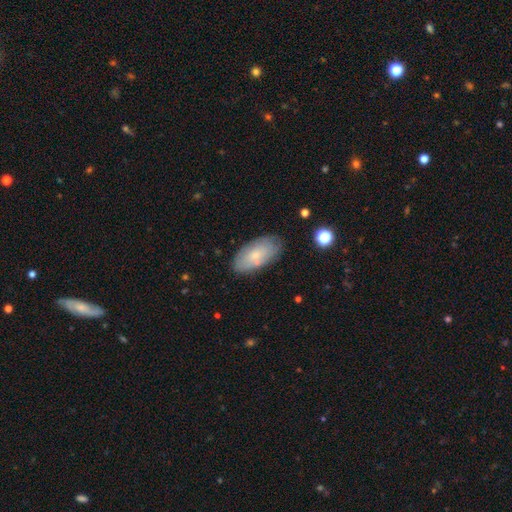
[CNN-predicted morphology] Overall: smooth (68%). How rounded: in between (93%). Merging: none (78%).